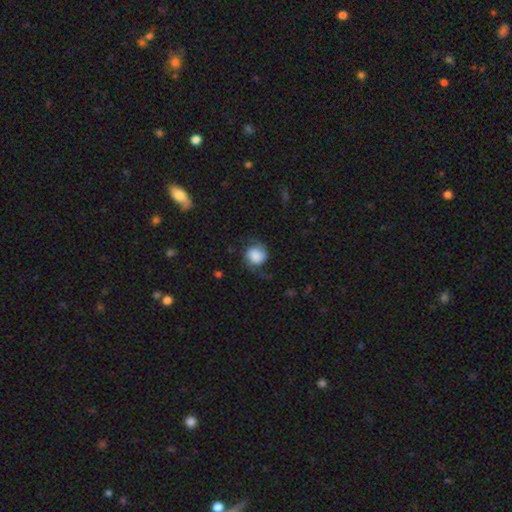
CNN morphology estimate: smooth 47%, featured or disk 44%, star or artifact 9%. Down the decision tree: merging — none (59%).